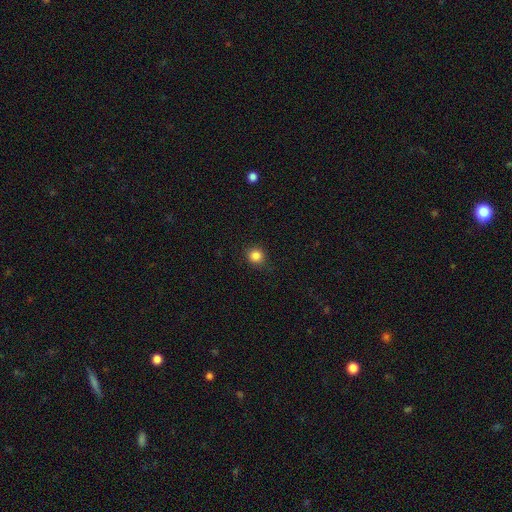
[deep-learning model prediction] Q: Smooth or featured?
A: smooth (85%); runner-up: star or artifact (11%)
Q: How rounded?
A: round (92%); runner-up: in between (7%)
Q: Merging?
A: none (89%); runner-up: minor disturbance (8%)